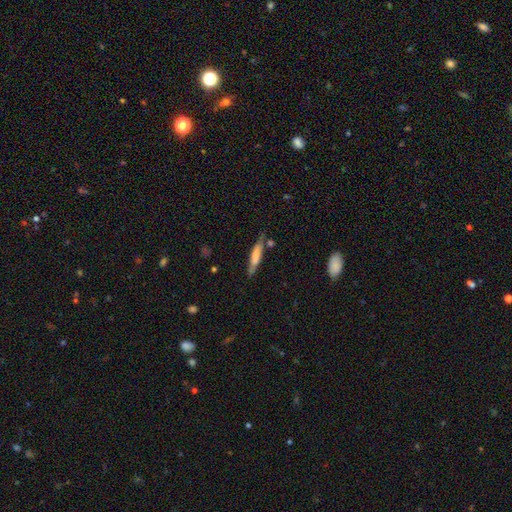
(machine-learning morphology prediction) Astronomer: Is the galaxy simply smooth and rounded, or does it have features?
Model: smooth — 63%.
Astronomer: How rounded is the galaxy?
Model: cigar-shaped — 82%.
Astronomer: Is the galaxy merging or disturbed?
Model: none — 68%.